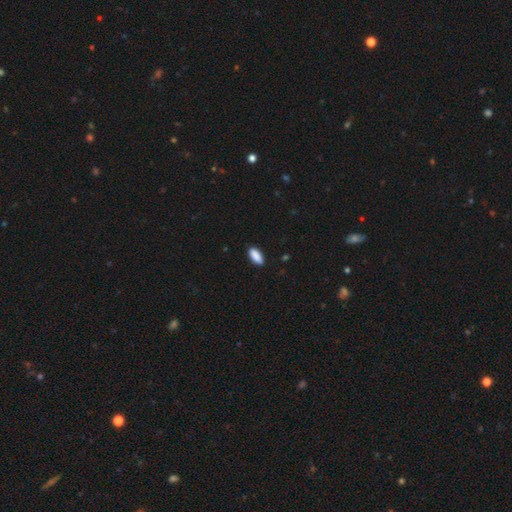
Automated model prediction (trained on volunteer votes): smooth-or-featured: smooth: 90% | star or artifact: 6% | featured or disk: 4%
  how-rounded: in between: 84% | cigar-shaped: 14% | round: 2%
  merging: none: 88% | minor disturbance: 9% | major disturbance: 2% | merger: 1%